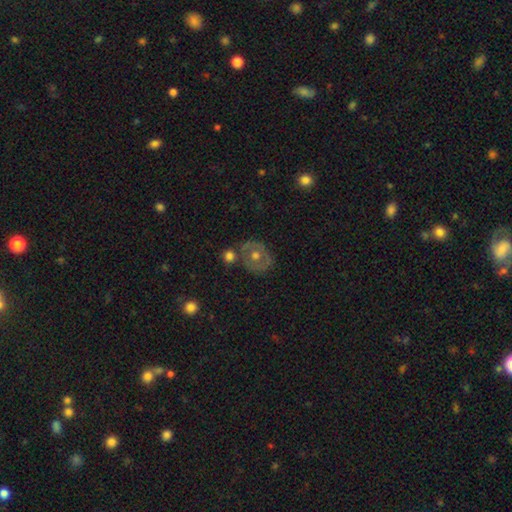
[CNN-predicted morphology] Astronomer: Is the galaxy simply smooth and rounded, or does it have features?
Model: featured or disk — 55% (runner-up: smooth, 36%).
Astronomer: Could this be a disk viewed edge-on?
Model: no — 95%.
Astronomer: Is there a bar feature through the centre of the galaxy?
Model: no — 88%.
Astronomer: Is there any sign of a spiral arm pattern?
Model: no — 74%.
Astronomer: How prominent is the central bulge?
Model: moderate — 77%.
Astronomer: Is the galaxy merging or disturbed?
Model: none — 66%.